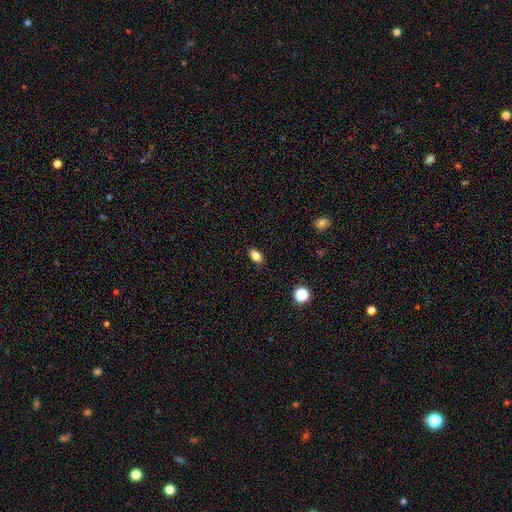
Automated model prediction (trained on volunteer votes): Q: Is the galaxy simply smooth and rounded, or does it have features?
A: smooth — 83%.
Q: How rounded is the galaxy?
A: in between — 84%.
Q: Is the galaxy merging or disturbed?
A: none — 86%.